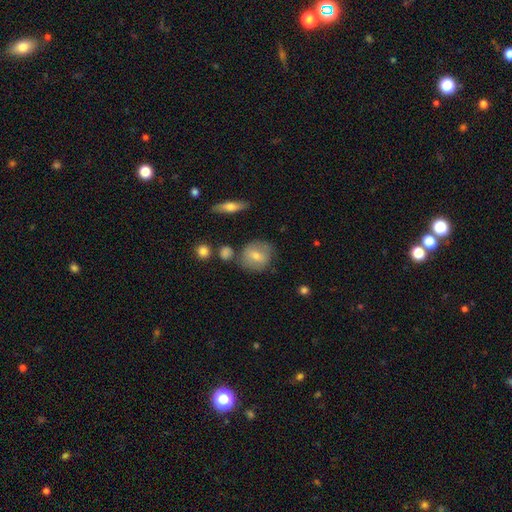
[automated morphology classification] smooth 57%, featured or disk 33%, star or artifact 10%. Down the decision tree: how rounded — round (72%); merging — none (74%).